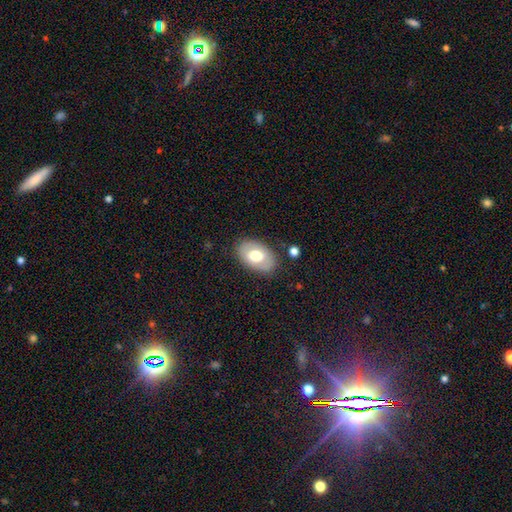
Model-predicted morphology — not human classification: smooth-or-featured: smooth: 60% | featured or disk: 33% | star or artifact: 7%
  how-rounded: in between: 88% | round: 11% | cigar-shaped: 1%
  merging: none: 81% | minor disturbance: 13% | major disturbance: 4% | merger: 2%